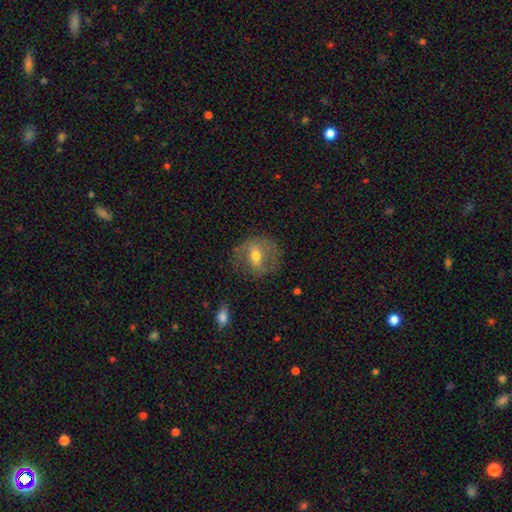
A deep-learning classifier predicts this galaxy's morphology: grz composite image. It shows a featured or disk galaxy (63%) with a weak bar (41%), spiral arms (65%) and a moderate central bulge (67%). Merging: none (64%).